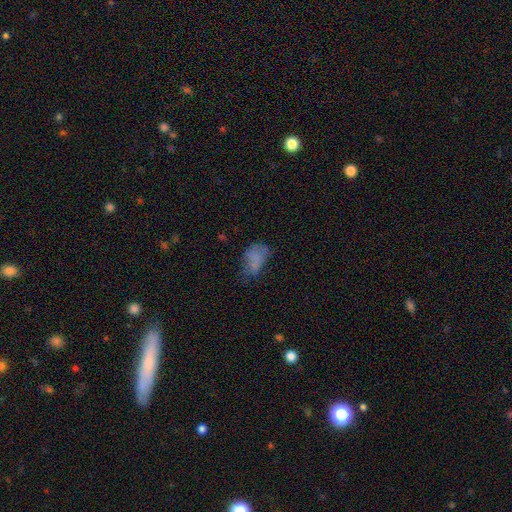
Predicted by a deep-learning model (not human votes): A smooth galaxy with no disk features (66%) that is in between round and cigar-shaped (87%).

Vote fractions:
- Smooth or featured? smooth: 66% / featured or disk: 21% / star or artifact: 14%
- How rounded? in between: 87% / round: 11% / cigar-shaped: 2%
- Merging? none: 33% / minor disturbance: 32% / major disturbance: 30% / merger: 4%